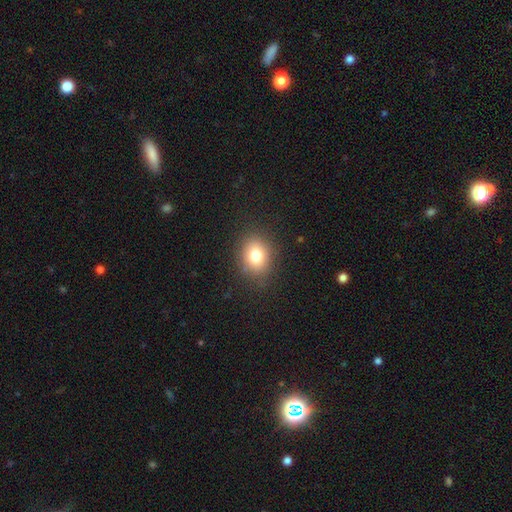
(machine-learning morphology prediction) A smooth galaxy with no disk features (79%) that is round (52%).

Vote fractions:
- Smooth or featured? smooth: 79% / star or artifact: 12% / featured or disk: 9%
- How rounded? round: 52% / in between: 47% / cigar-shaped: 1%
- Merging? none: 87% / minor disturbance: 9% / major disturbance: 3% / merger: 1%